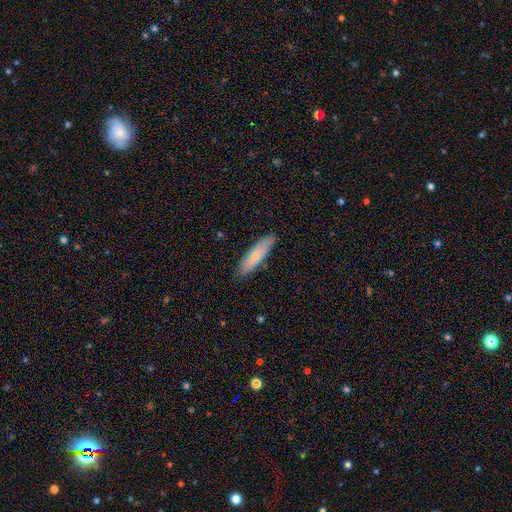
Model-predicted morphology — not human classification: The model was most divided on "how rounded": cigar-shaped: 66%, in between: 33%, round: 2%. More confident: merging — none (84%); smooth or featured — smooth (73%).